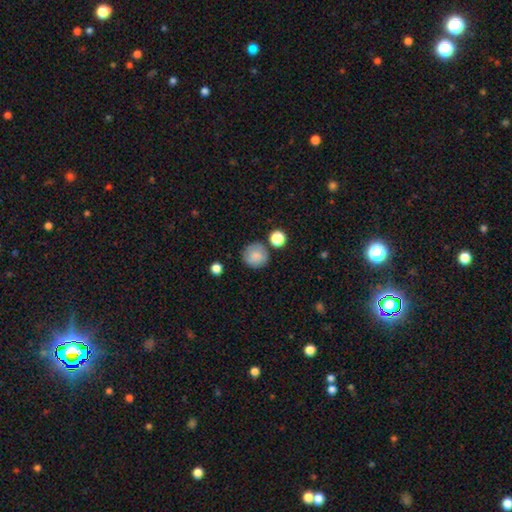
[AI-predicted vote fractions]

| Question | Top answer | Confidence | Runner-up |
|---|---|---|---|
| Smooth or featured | smooth | 81% | featured or disk (10%) |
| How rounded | round | 91% | in between (8%) |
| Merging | none | 77% | minor disturbance (13%) |